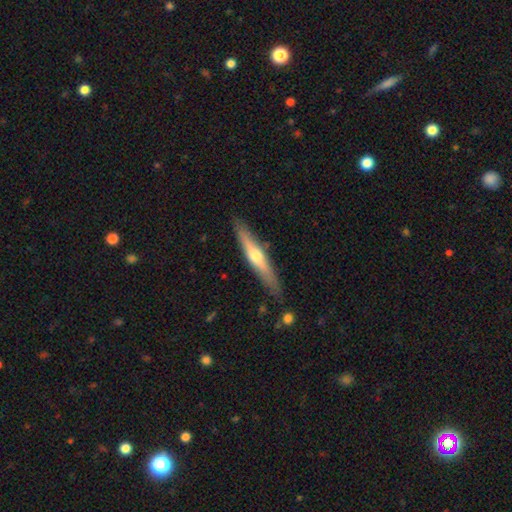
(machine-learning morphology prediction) featured or disk 58%, smooth 37%, star or artifact 5%. Down the decision tree: edge-on disk — yes (92%); edge-on bulge — rounded (87%); merging — none (86%).